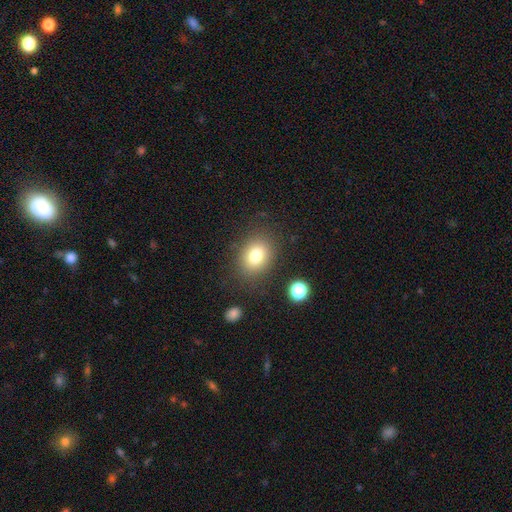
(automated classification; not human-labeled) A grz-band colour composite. It shows a smooth galaxy with no disk features (77%) that is in between round and cigar-shaped (51%). Merging: none (82%).